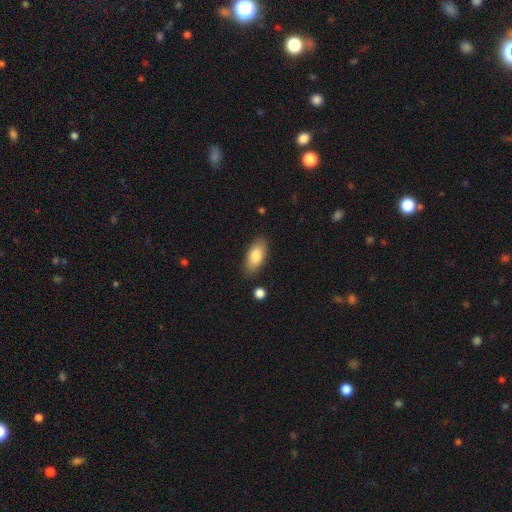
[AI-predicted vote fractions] smooth 83%, featured or disk 10%, star or artifact 6%. Down the decision tree: how rounded — in between (89%); merging — none (85%).